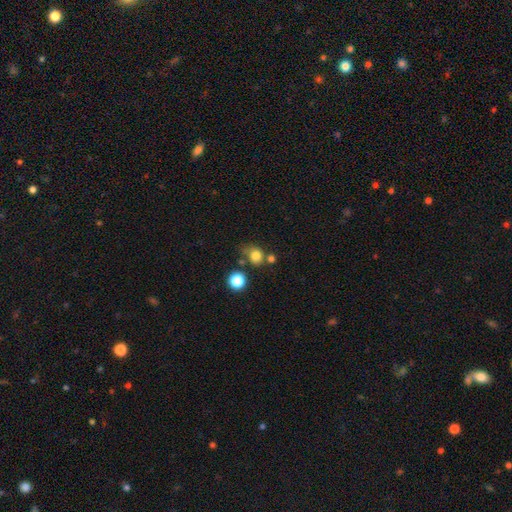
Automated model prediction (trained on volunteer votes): Smooth or featured? Predicted: smooth (p=0.78). How rounded? Predicted: round (p=0.74). Merging? Predicted: none (p=0.55).